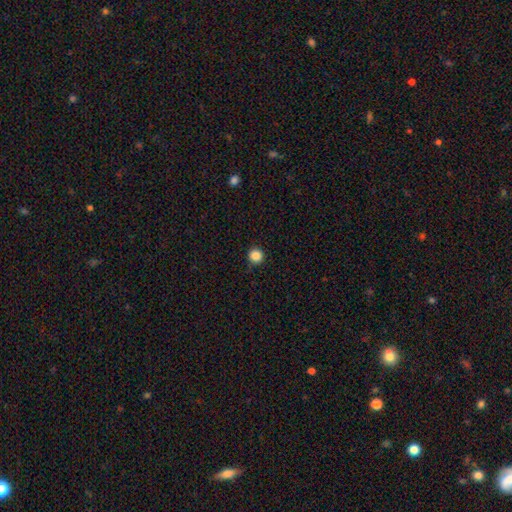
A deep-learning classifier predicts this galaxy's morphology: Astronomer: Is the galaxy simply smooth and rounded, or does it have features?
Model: smooth — 86%.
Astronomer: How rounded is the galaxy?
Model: round — 96%.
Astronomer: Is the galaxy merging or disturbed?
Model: none — 91%.